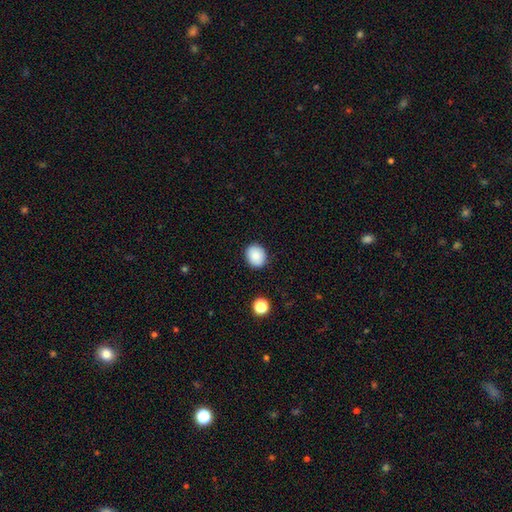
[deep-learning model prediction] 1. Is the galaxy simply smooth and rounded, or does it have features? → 88% smooth, 8% star or artifact, 4% featured or disk.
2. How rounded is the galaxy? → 61% round, 38% in between, 1% cigar-shaped.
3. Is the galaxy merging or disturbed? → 89% none, 8% minor disturbance, 2% major disturbance, 1% merger.